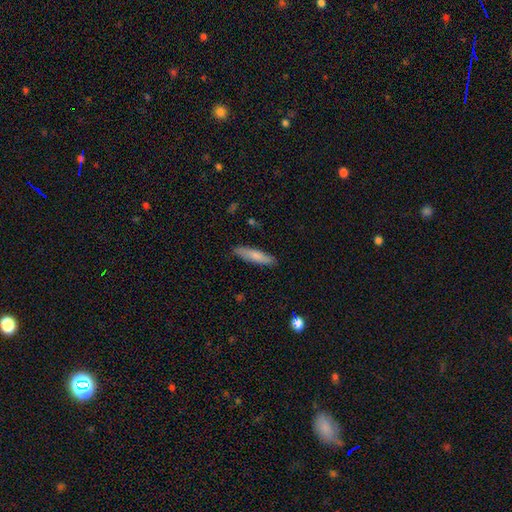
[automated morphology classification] Smooth or featured: smooth — 76% (featured or disk — 19%)
How rounded: cigar-shaped — 79% (in between — 19%)
Merging: none — 86% (minor disturbance — 11%)